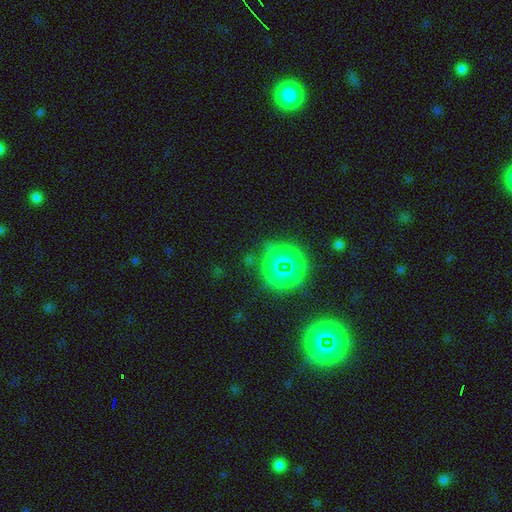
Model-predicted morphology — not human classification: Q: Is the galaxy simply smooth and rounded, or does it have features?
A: star or artifact — 74%.